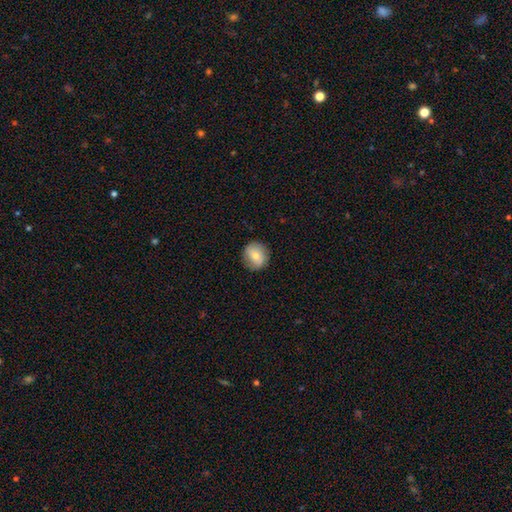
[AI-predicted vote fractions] Overall: smooth (70%). How rounded: round (80%). Merging: none (84%).